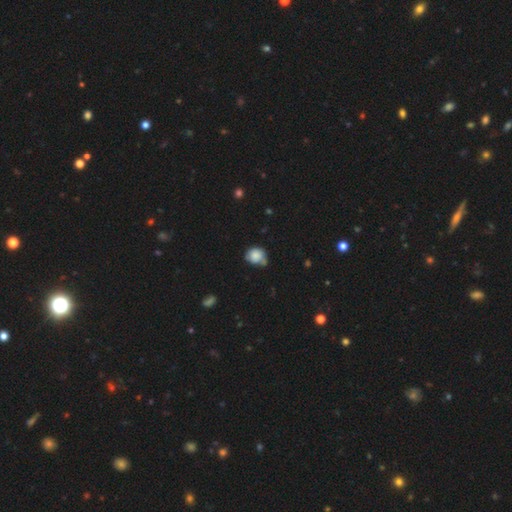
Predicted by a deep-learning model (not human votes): Overall: smooth (83%). How rounded: round (80%). Merging: none (53%; minor disturbance 29%).